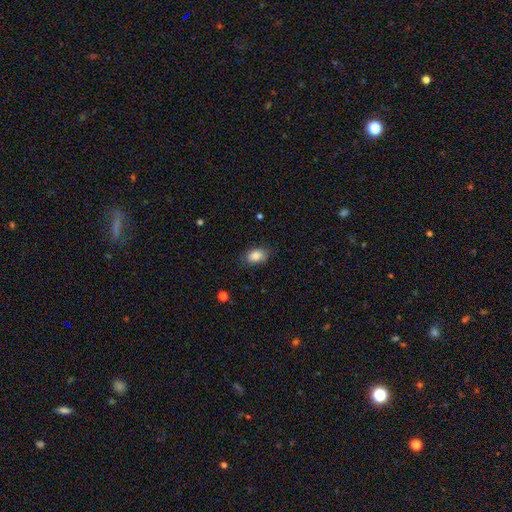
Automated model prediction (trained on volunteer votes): Smooth or featured? Predicted: smooth (p=0.86). How rounded? Predicted: in between (p=0.87). Merging? Predicted: none (p=0.82).